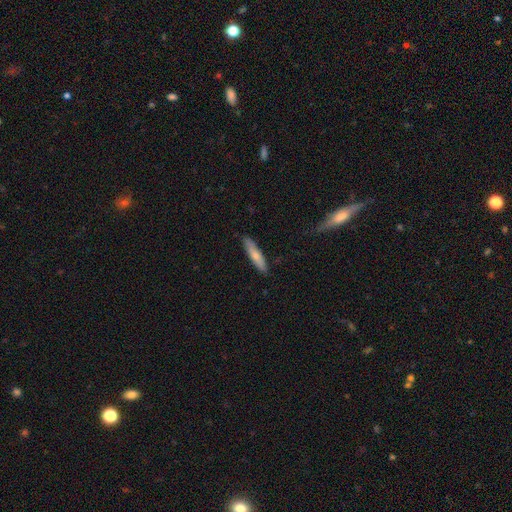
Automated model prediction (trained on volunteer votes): This is likely a smooth galaxy (74%). How rounded: clearly cigar-shaped (84%). Merging: clearly none (88%).